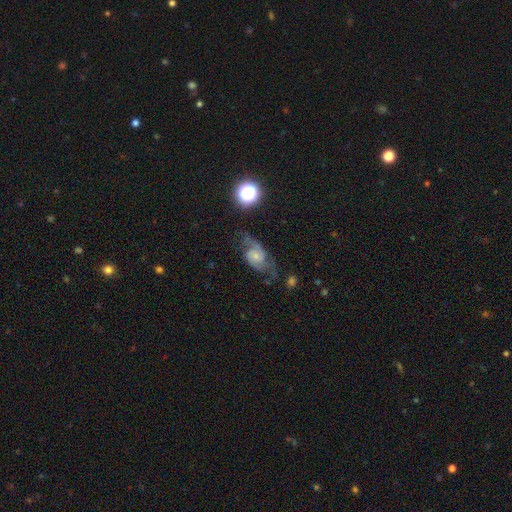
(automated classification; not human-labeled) smooth_or_featured: featured or disk (p=0.70) [alt: smooth p=0.20]
disk_edge_on: no (p=0.96) [alt: yes p=0.04]
bar: no (p=0.67) [alt: weak p=0.28]
has_spiral_arms: yes (p=0.91) [alt: no p=0.09]
spiral_winding: medium (p=0.44) [alt: loose p=0.39]
spiral_arm_count: 2 (p=0.81) [alt: can't tell p=0.08]
bulge_size: small (p=0.56) [alt: moderate p=0.28]
merging: none (p=0.50) [alt: minor disturbance p=0.25]